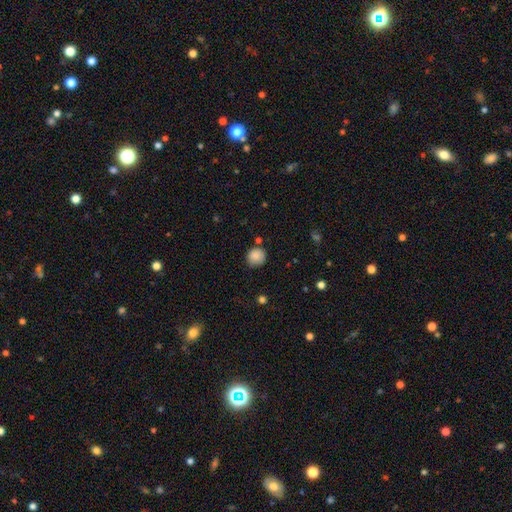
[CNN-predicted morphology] The model was most divided on "merging": none: 76%, minor disturbance: 17%, merger: 4%, major disturbance: 4%. More confident: how rounded — round (89%); smooth or featured — smooth (86%).